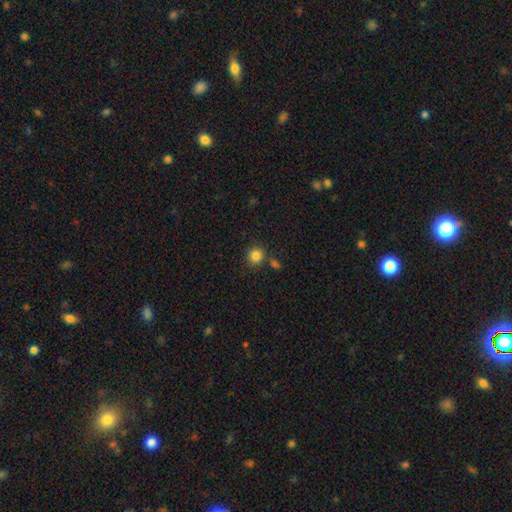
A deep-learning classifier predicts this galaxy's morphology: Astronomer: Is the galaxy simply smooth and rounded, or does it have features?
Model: smooth — 85%.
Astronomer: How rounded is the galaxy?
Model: round — 83%.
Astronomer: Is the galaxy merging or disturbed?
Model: none — 77%.